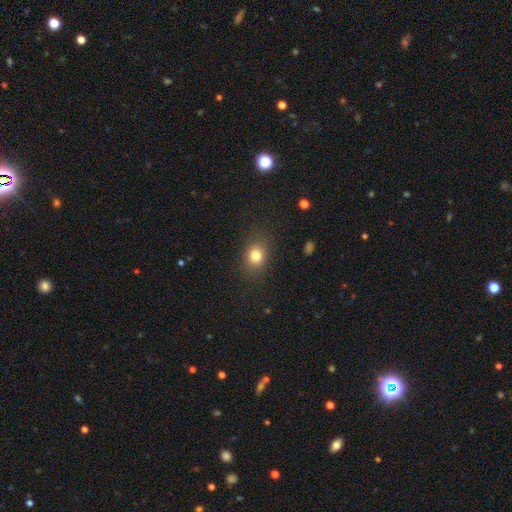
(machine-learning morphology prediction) Q: Smooth or featured?
A: smooth (79%); runner-up: star or artifact (13%)
Q: How rounded?
A: round (56%); runner-up: in between (43%)
Q: Merging?
A: none (85%); runner-up: minor disturbance (10%)